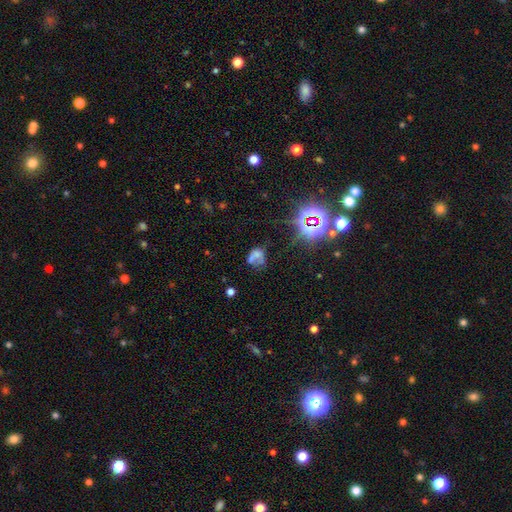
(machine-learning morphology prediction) type=smooth (43%); merging=merger (31%).